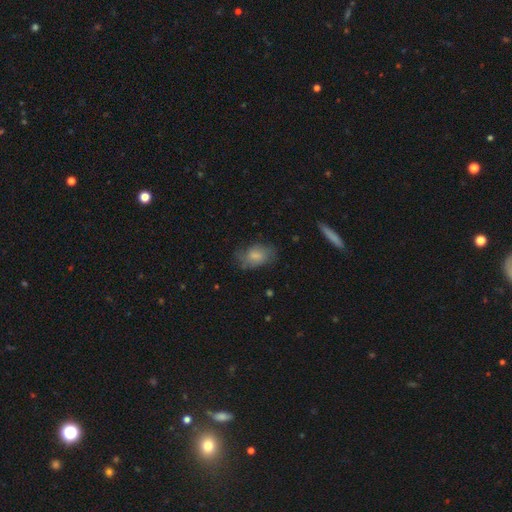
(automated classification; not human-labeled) smooth_or_featured: smooth (p=0.74) [alt: featured or disk p=0.19]
how_rounded: in between (p=0.87) [alt: round p=0.11]
merging: none (p=0.61) [alt: minor disturbance p=0.26]